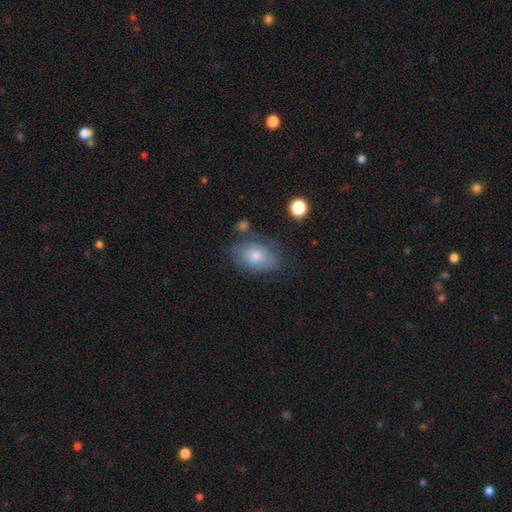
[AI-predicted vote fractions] smooth_or_featured: smooth (p=0.56) [alt: featured or disk p=0.34]
how_rounded: in between (p=0.85) [alt: round p=0.14]
merging: none (p=0.62) [alt: minor disturbance p=0.24]